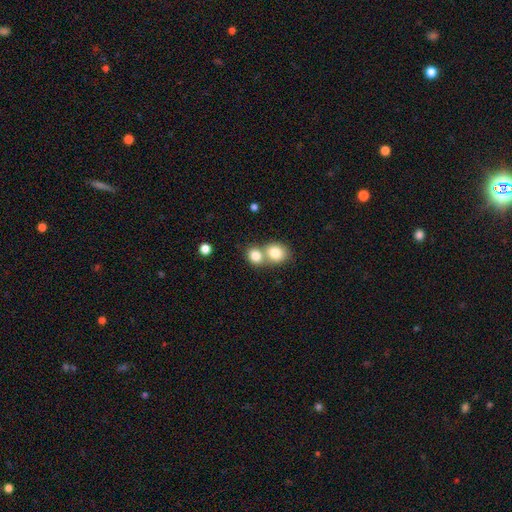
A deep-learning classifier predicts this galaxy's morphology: A smooth galaxy with no disk features (81%) that is round (68%). Merging: merger (58%).